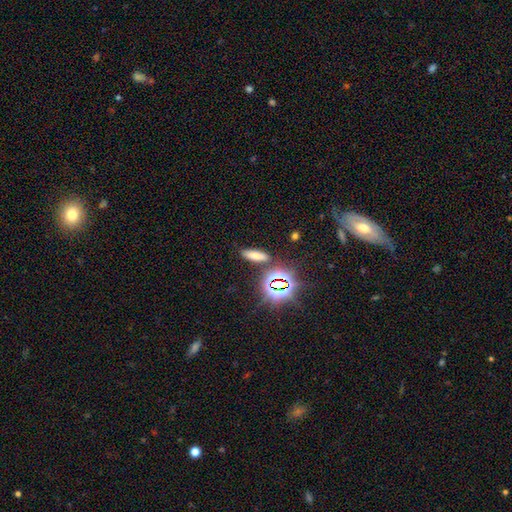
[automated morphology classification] smooth-or-featured: smooth: 63% | star or artifact: 27% | featured or disk: 9%
  how-rounded: cigar-shaped: 47% | in between: 46% | round: 7%
  merging: none: 83% | minor disturbance: 9% | merger: 5% | major disturbance: 3%